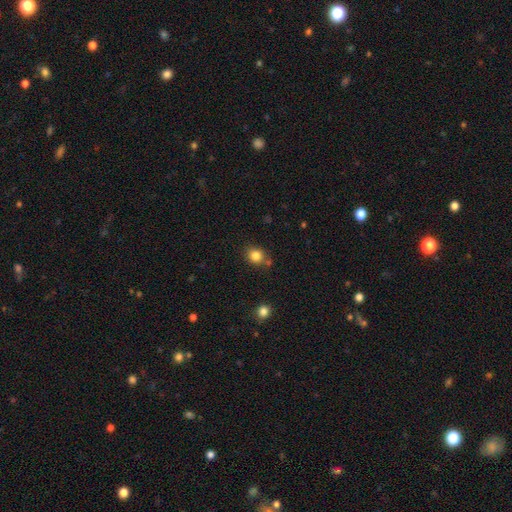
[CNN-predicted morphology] smooth_or_featured: smooth (p=0.83) [alt: star or artifact p=0.11]
how_rounded: round (p=0.77) [alt: in between p=0.22]
merging: none (p=0.73) [alt: minor disturbance p=0.13]